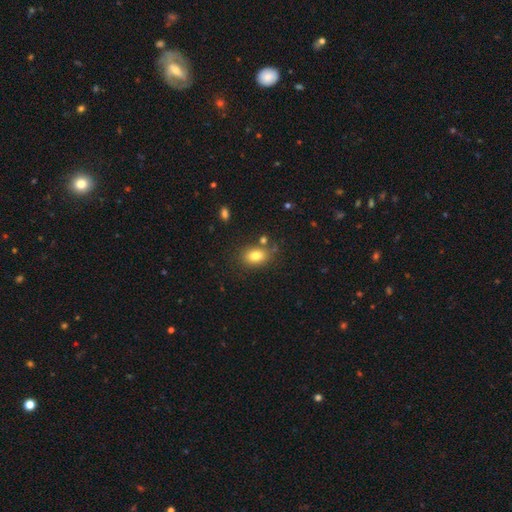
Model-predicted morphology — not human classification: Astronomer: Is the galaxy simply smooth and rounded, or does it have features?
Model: smooth — 80%.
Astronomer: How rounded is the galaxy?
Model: in between — 77%.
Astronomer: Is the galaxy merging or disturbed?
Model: none — 72%.